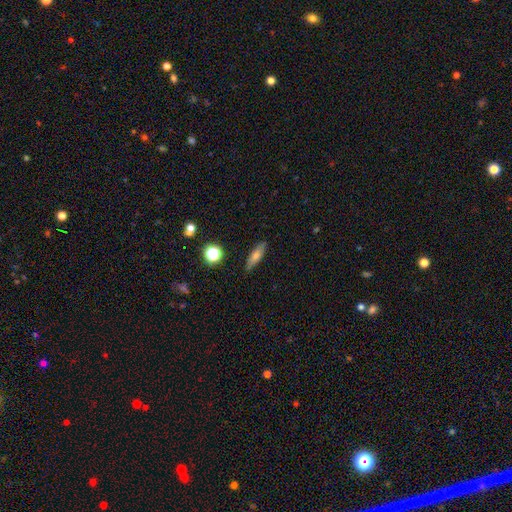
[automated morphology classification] Smooth or featured: smooth — 66% (featured or disk — 24%)
How rounded: cigar-shaped — 60% (in between — 36%)
Merging: none — 86% (minor disturbance — 11%)